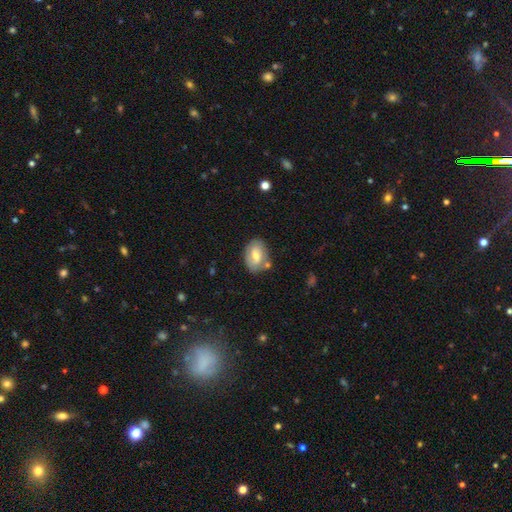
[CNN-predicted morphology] Q: Smooth or featured?
A: smooth (60%); runner-up: featured or disk (33%)
Q: How rounded?
A: in between (83%); runner-up: round (15%)
Q: Merging?
A: none (67%); runner-up: minor disturbance (19%)